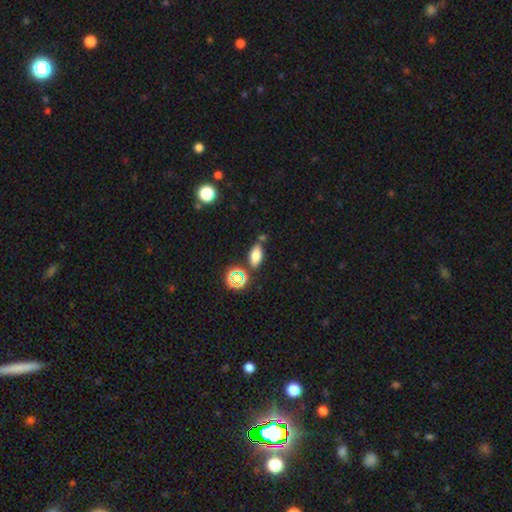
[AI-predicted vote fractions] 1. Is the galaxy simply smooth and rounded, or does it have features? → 74% smooth, 17% star or artifact, 9% featured or disk.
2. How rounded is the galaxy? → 83% in between, 10% round, 7% cigar-shaped.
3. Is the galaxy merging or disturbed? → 70% none, 14% minor disturbance, 11% merger, 4% major disturbance.